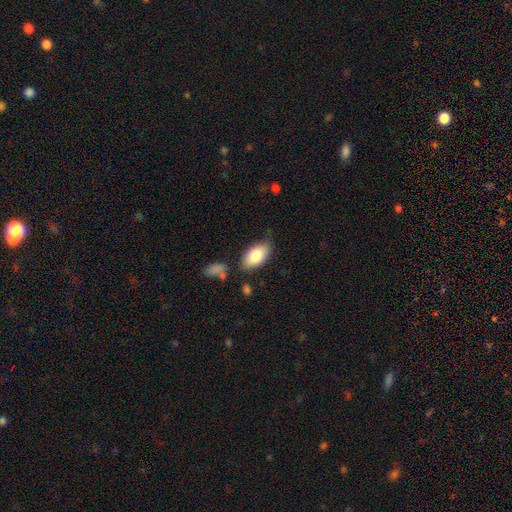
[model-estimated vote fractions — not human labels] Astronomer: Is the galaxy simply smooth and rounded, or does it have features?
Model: smooth — 82%.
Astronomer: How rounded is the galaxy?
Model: in between — 94%.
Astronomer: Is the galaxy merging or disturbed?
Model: none — 78%.